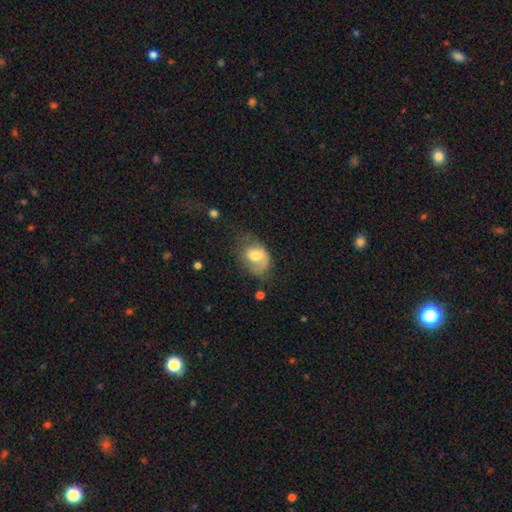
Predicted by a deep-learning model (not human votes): smooth 57%, featured or disk 35%, star or artifact 8%. Down the decision tree: how rounded — in between (71%); merging — none (37%).